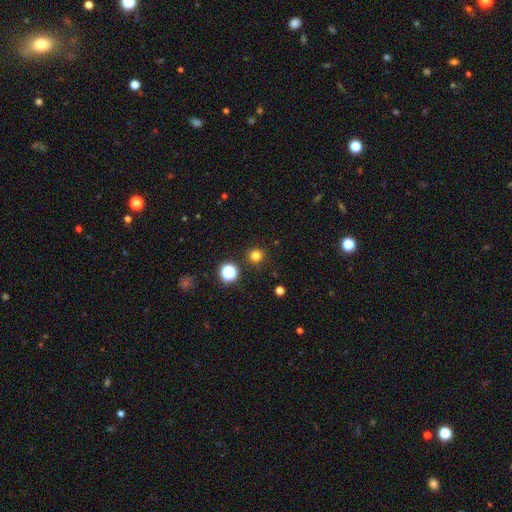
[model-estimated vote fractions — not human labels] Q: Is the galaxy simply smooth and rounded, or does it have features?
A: smooth — 78%.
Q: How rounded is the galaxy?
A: round — 94%.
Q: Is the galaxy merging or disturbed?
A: none — 91%.